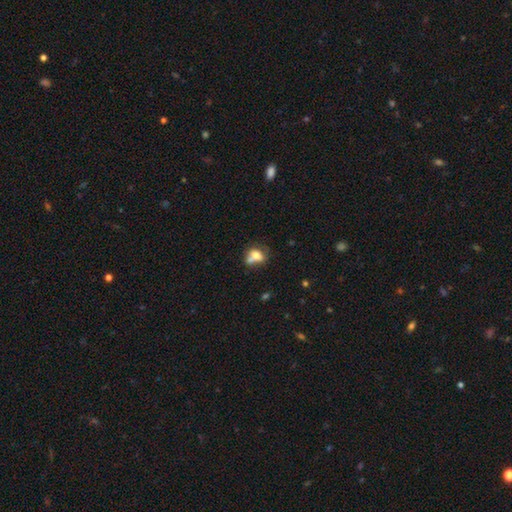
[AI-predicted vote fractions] Morphology: type=smooth (69%); roundness=in between (59%); merging=merger (47%).